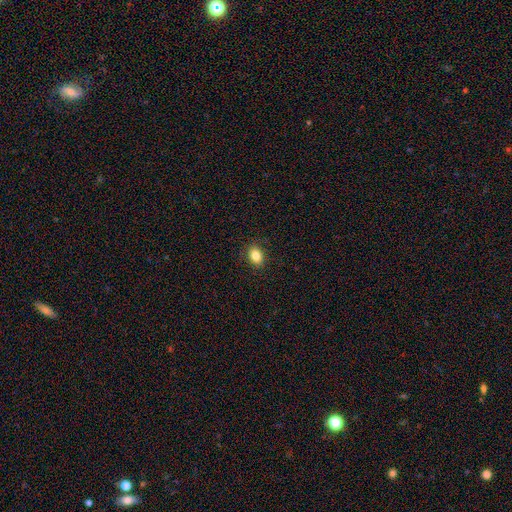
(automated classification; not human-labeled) Morphology: type=smooth (84%); roundness=in between (72%); merging=none (89%).